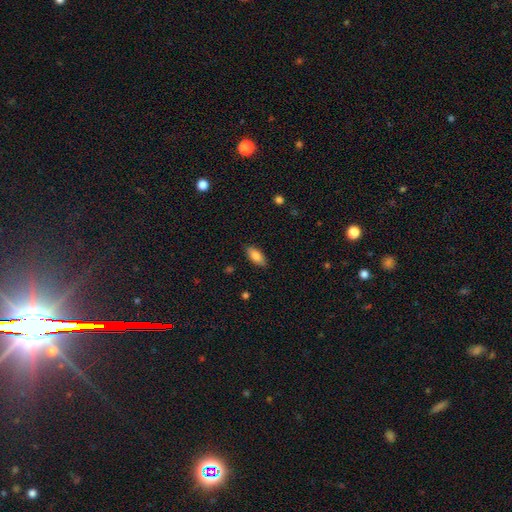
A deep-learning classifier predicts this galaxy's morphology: Overall: smooth (84%). How rounded: in between (88%). Merging: none (87%).